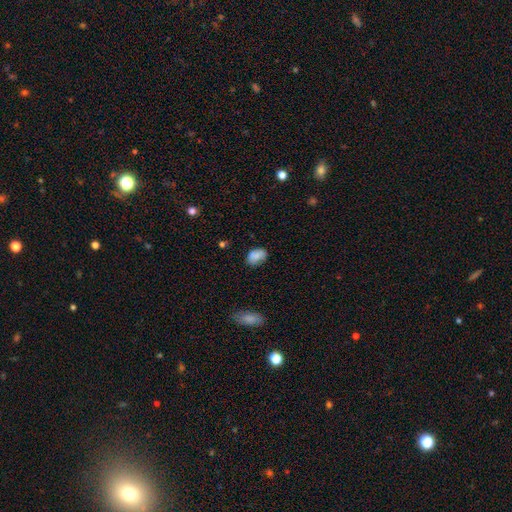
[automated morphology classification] Overall: smooth (85%). How rounded: in between (87%). Merging: none (72%).